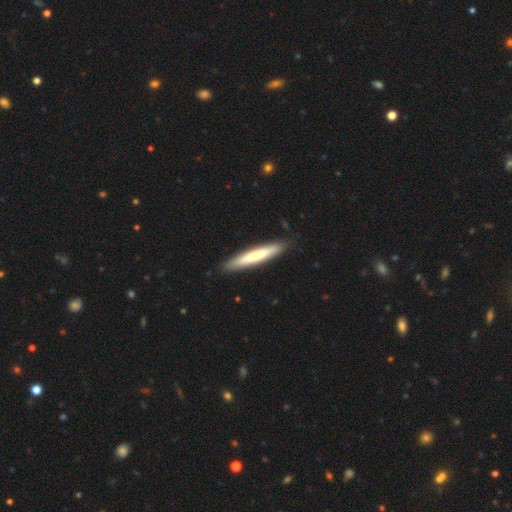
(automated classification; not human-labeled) Q: Smooth or featured?
A: smooth (67%); runner-up: featured or disk (28%)
Q: How rounded?
A: cigar-shaped (93%); runner-up: in between (6%)
Q: Merging?
A: none (89%); runner-up: minor disturbance (8%)